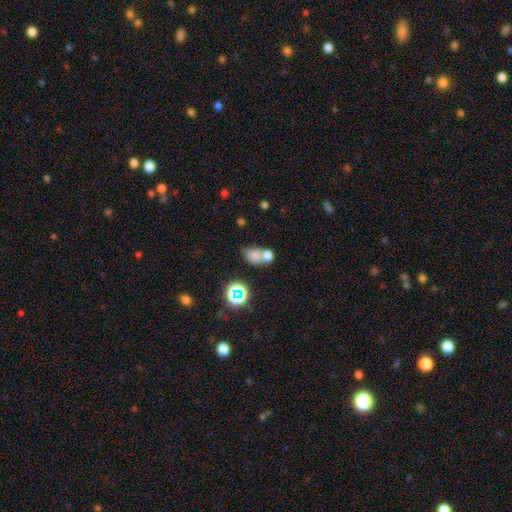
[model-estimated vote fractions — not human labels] Overall: smooth (72%). How rounded: in between (68%; round 30%). Merging: merger (49%; none 34%).